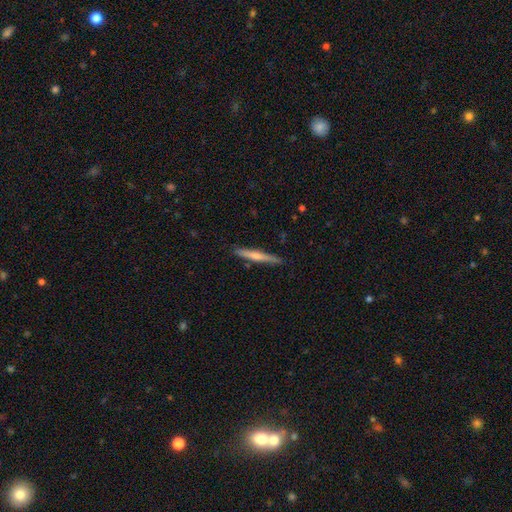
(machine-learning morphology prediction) A featured or disk galaxy (60%) viewed edge-on (97%) with a rounded central bulge (73%).

Vote fractions:
- Smooth or featured? featured or disk: 60% / smooth: 34% / star or artifact: 6%
- Edge-on disk? yes: 97% / no: 3%
- Edge-on bulge? rounded: 73% / none: 21% / boxy: 6%
- Merging? none: 90% / minor disturbance: 7% / major disturbance: 1% / merger: 1%